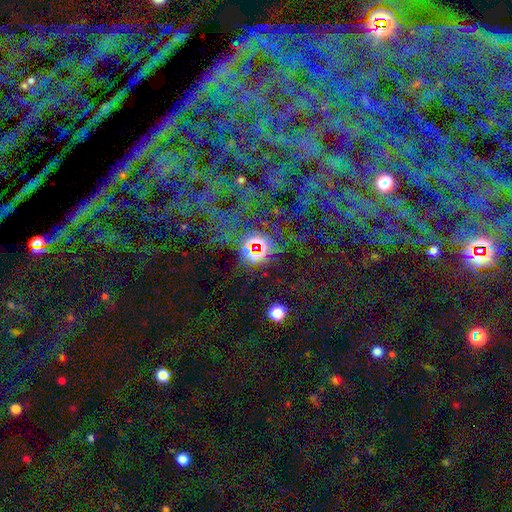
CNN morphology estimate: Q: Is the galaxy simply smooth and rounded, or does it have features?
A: star or artifact — 73%.